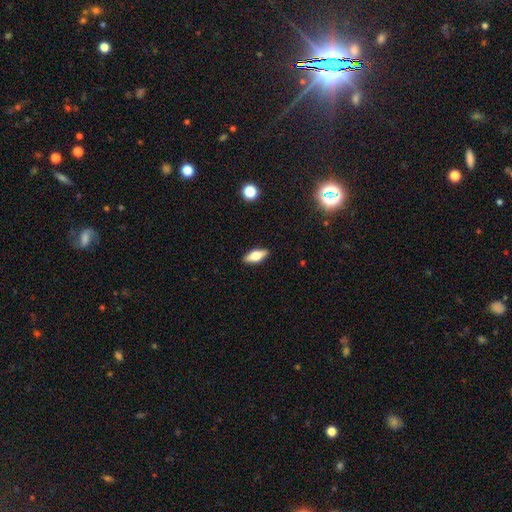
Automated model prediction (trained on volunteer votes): smooth-or-featured: smooth: 59% | featured or disk: 34% | star or artifact: 7%
  how-rounded: in between: 68% | cigar-shaped: 29% | round: 3%
  merging: none: 90% | minor disturbance: 8% | major disturbance: 2% | merger: 1%